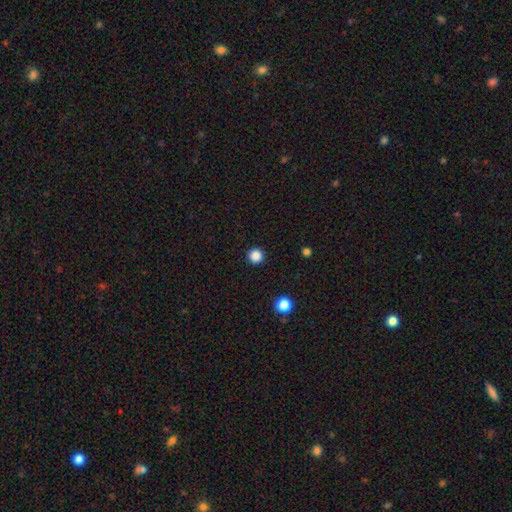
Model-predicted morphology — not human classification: smooth-or-featured: smooth: 86% | star or artifact: 12% | featured or disk: 2%
  how-rounded: round: 96% | in between: 3% | cigar-shaped: 1%
  merging: none: 93% | minor disturbance: 4% | major disturbance: 2% | merger: 1%